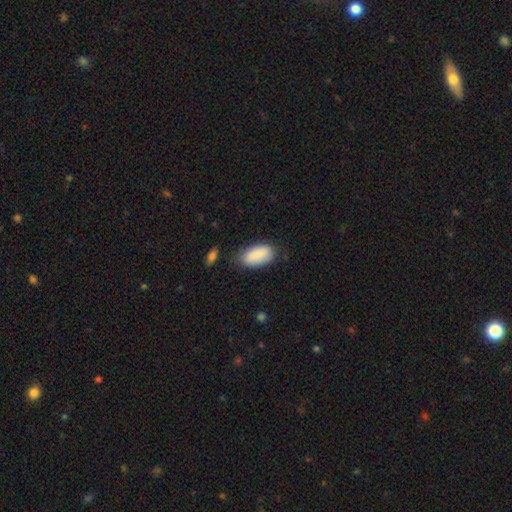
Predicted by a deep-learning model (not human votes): This is clearly a smooth galaxy (86%). How rounded: clearly in between (92%). Merging: likely none (73%).